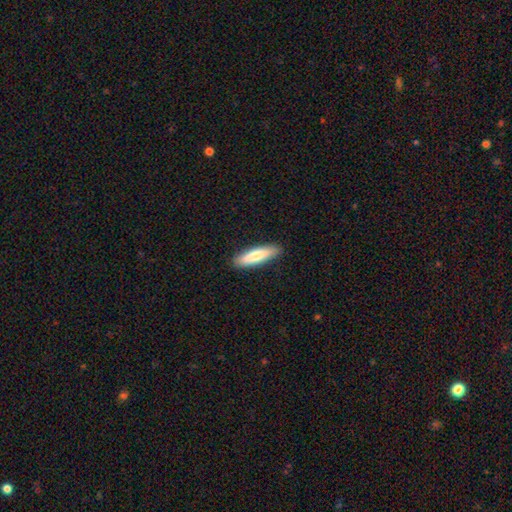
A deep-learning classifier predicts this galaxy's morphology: Q: Smooth or featured?
A: smooth (74%); runner-up: featured or disk (21%)
Q: How rounded?
A: cigar-shaped (70%); runner-up: in between (29%)
Q: Merging?
A: none (89%); runner-up: minor disturbance (8%)